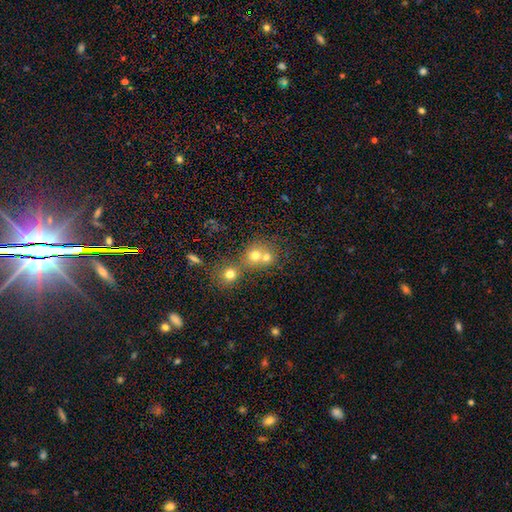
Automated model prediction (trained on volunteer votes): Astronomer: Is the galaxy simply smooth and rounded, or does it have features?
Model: smooth — 67%.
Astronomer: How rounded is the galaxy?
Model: round — 80%.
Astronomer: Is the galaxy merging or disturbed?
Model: merger — 51% (runner-up: none, 40%).